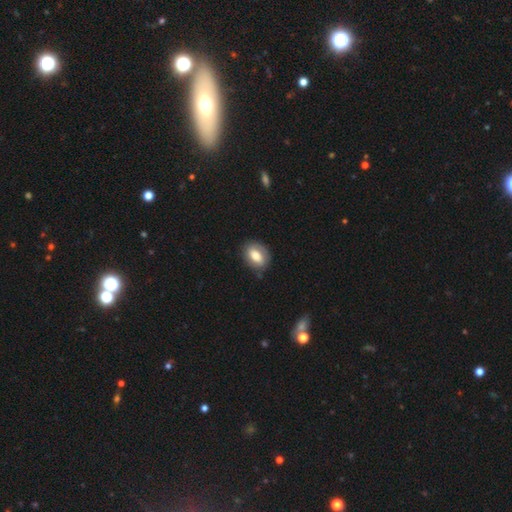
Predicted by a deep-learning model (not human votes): A smooth galaxy with no disk features (66%) that is in between round and cigar-shaped (77%).

Vote fractions:
- Smooth or featured? smooth: 66% / featured or disk: 27% / star or artifact: 7%
- How rounded? in between: 77% / round: 21% / cigar-shaped: 2%
- Merging? none: 76% / minor disturbance: 17% / major disturbance: 5% / merger: 2%